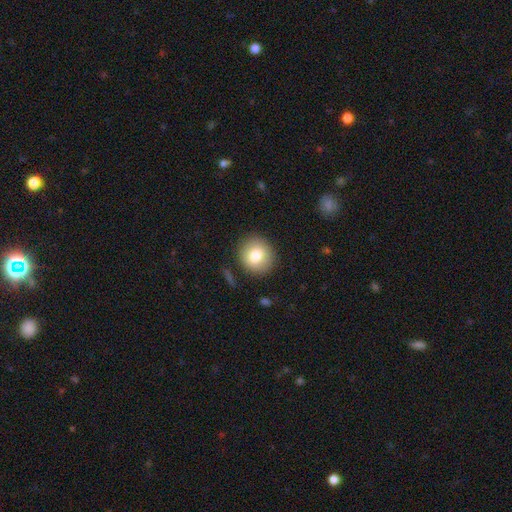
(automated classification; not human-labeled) smooth-or-featured: smooth: 80% | featured or disk: 11% | star or artifact: 8%
  how-rounded: round: 89% | in between: 11% | cigar-shaped: 1%
  merging: none: 87% | minor disturbance: 8% | major disturbance: 3% | merger: 2%